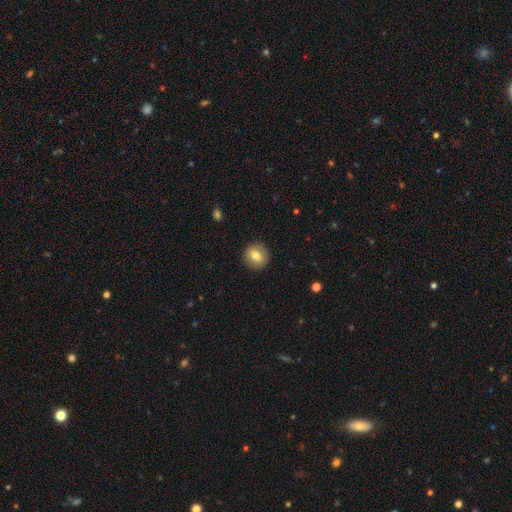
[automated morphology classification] smooth_or_featured: smooth (p=0.75) [alt: featured or disk p=0.16]
how_rounded: round (p=0.86) [alt: in between p=0.13]
merging: none (p=0.90) [alt: minor disturbance p=0.07]